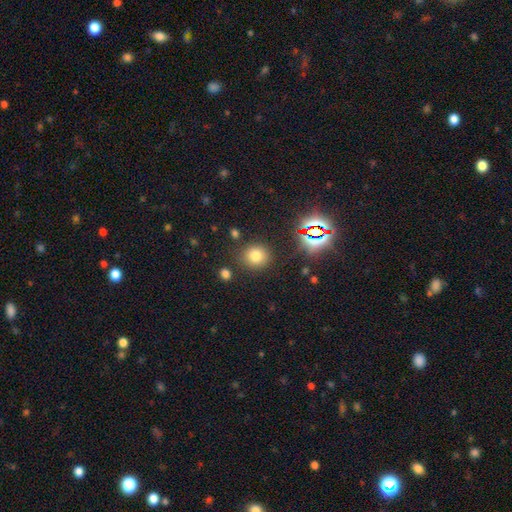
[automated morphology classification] Overall: smooth (74%). How rounded: round (85%). Merging: none (84%).